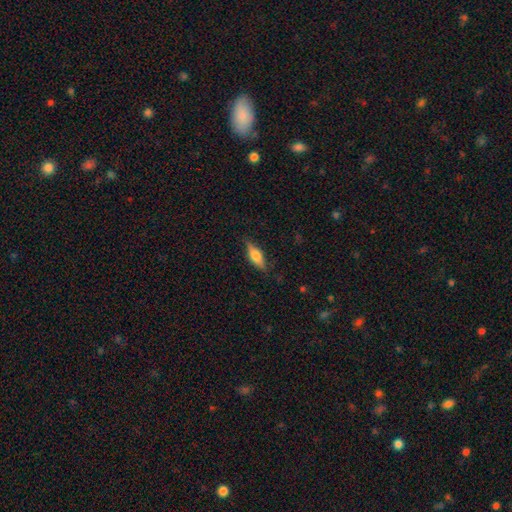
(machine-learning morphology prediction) Smooth or featured? smooth (52%)
How rounded? in between (55%)
Merging? none (82%)